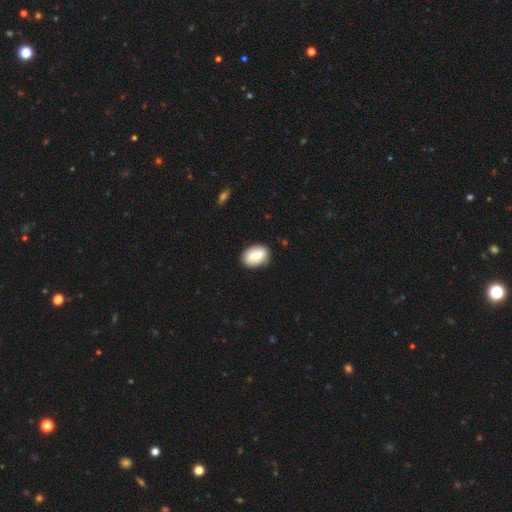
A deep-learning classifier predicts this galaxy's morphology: This is likely a smooth galaxy (73%). How rounded: clearly in between (84%). Merging: clearly none (81%).